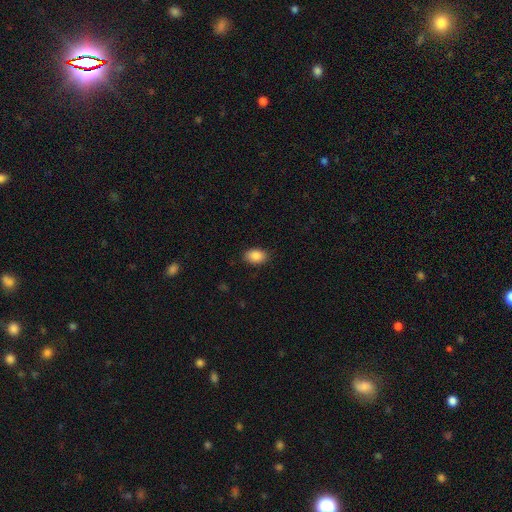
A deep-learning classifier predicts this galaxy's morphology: Smooth or featured? smooth (88%)
How rounded? in between (84%)
Merging? none (86%)